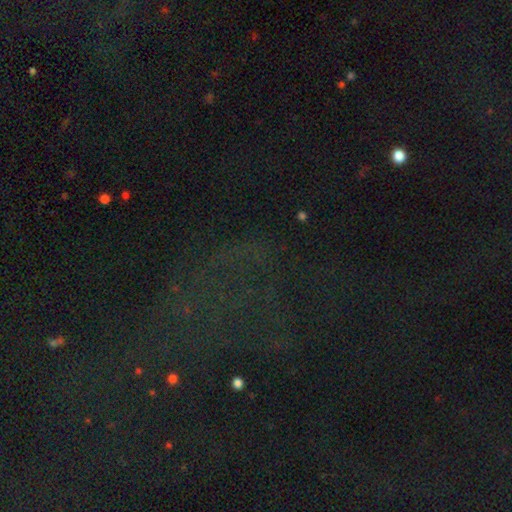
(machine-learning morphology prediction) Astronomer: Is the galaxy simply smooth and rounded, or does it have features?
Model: star or artifact — 71%.